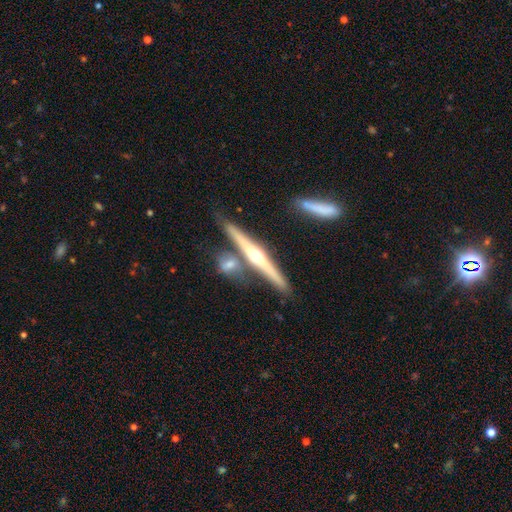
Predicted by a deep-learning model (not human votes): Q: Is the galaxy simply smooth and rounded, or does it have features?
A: featured or disk — 75%.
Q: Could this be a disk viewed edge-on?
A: yes — 97%.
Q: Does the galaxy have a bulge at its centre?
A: rounded — 92%.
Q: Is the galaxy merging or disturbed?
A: none — 73%.